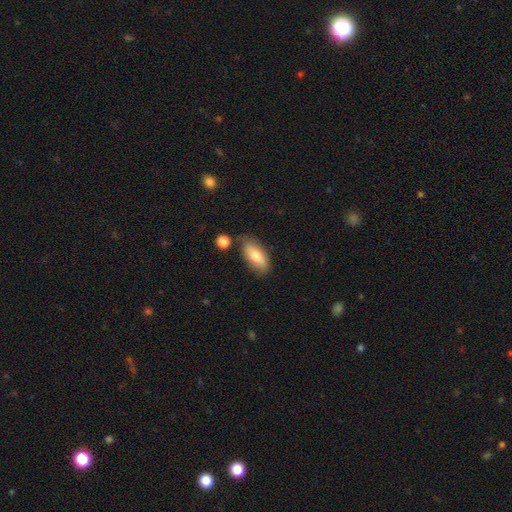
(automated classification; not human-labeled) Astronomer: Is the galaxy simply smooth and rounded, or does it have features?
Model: smooth — 78%.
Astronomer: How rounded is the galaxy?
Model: in between — 84%.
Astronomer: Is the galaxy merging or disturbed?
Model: none — 74%.